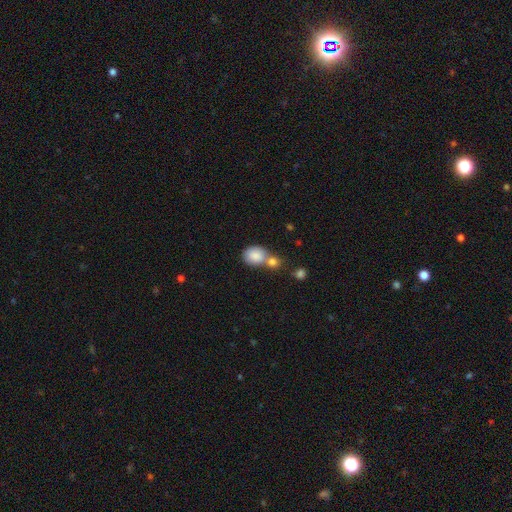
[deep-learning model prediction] smooth-or-featured: smooth: 84% | featured or disk: 8% | star or artifact: 8%
  how-rounded: round: 52% | in between: 47% | cigar-shaped: 1%
  merging: merger: 49% | none: 35% | minor disturbance: 11% | major disturbance: 5%